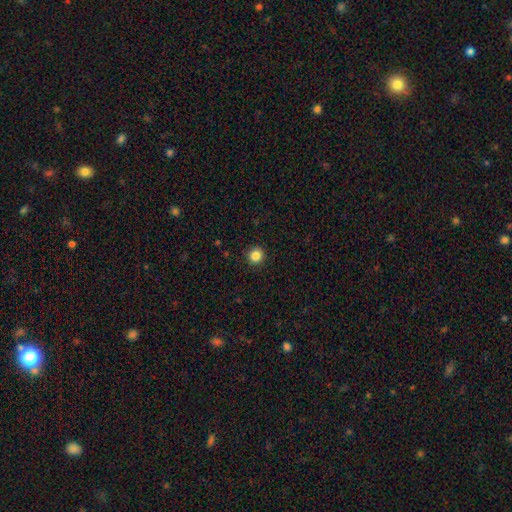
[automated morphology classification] Q: Smooth or featured?
A: smooth (85%); runner-up: star or artifact (11%)
Q: How rounded?
A: round (95%); runner-up: in between (4%)
Q: Merging?
A: none (93%); runner-up: minor disturbance (4%)